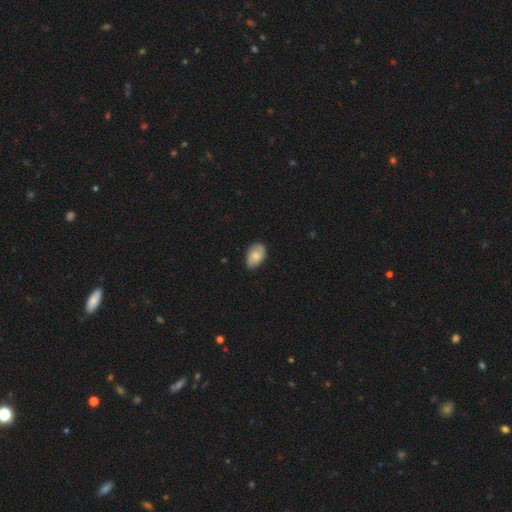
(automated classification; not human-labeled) Smooth or featured? Predicted: smooth (p=0.77). How rounded? Predicted: in between (p=0.92). Merging? Predicted: none (p=0.79).